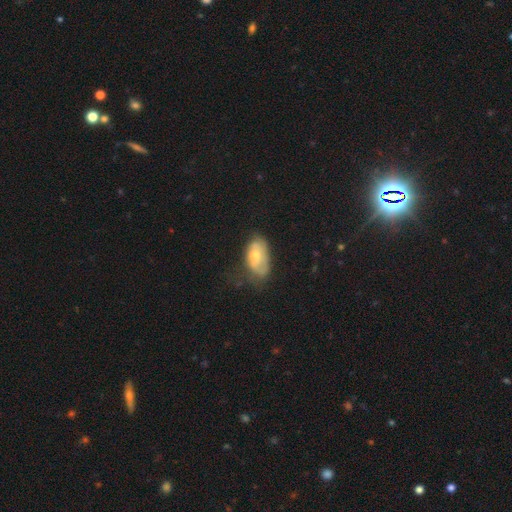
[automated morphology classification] Smooth or featured: smooth — 54% (featured or disk — 39%)
How rounded: in between — 92% (round — 5%)
Merging: none — 43% (minor disturbance — 36%)